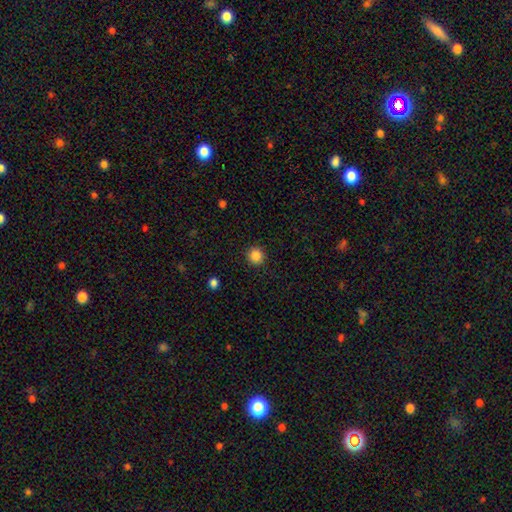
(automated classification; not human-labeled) Smooth or featured: smooth — 86% (star or artifact — 10%)
How rounded: round — 92% (in between — 7%)
Merging: none — 91% (minor disturbance — 6%)